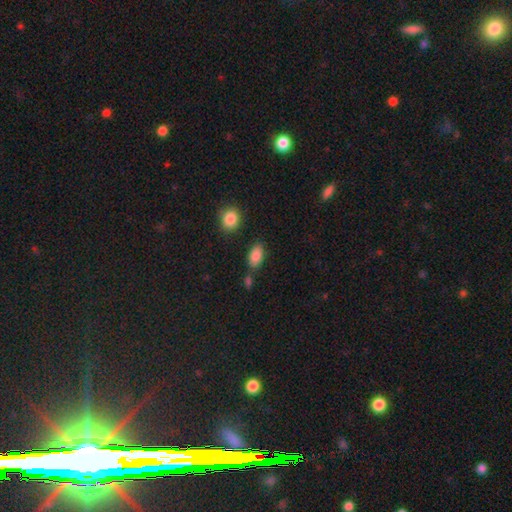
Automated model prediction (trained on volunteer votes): smooth 87%, star or artifact 8%, featured or disk 5%. Down the decision tree: how rounded — in between (92%); merging — none (71%).